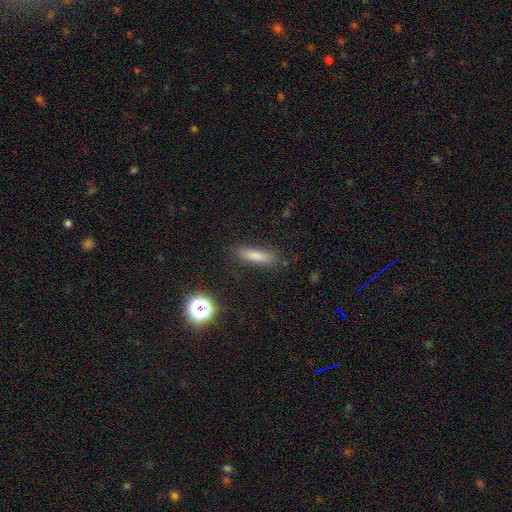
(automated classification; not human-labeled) Smooth or featured: smooth — 73% (star or artifact — 14%)
How rounded: cigar-shaped — 71% (in between — 25%)
Merging: none — 85% (minor disturbance — 10%)